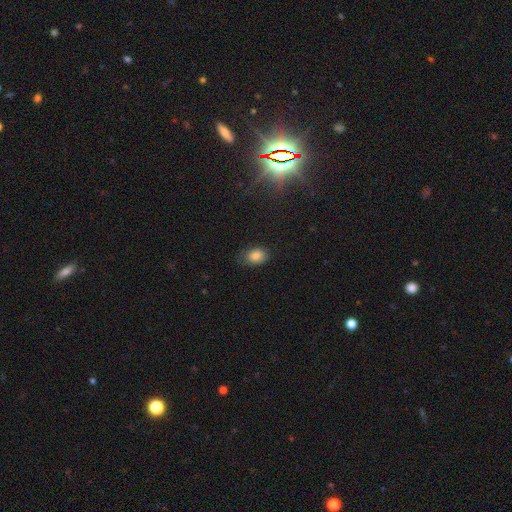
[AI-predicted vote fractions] smooth-or-featured: smooth: 83% | star or artifact: 10% | featured or disk: 7%
  how-rounded: in between: 77% | round: 22% | cigar-shaped: 1%
  merging: none: 74% | minor disturbance: 20% | major disturbance: 5% | merger: 1%